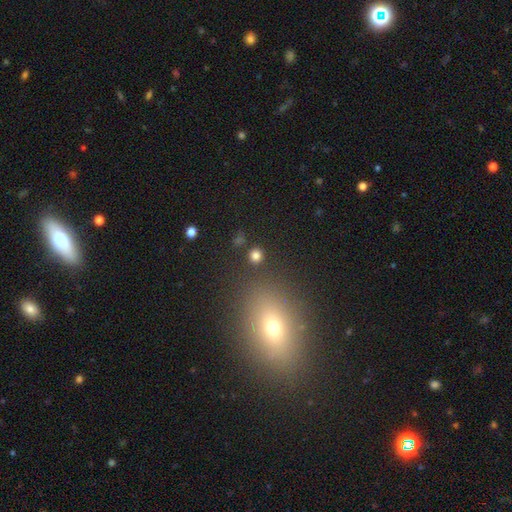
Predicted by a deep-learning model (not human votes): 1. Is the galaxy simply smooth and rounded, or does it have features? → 80% smooth, 15% star or artifact, 5% featured or disk.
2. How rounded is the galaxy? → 90% round, 9% in between, 1% cigar-shaped.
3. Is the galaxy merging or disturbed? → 86% none, 6% minor disturbance, 5% merger, 3% major disturbance.